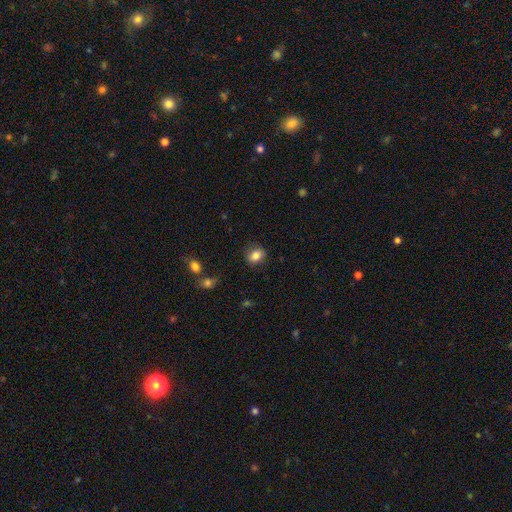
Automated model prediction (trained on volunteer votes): Smooth or featured? smooth (84%)
How rounded? in between (51%)
Merging? none (86%)